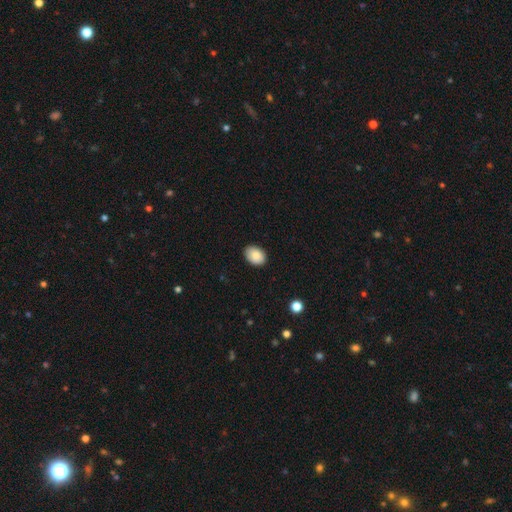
Overall: smooth (85%). How rounded: in between (91%). Merging: none (95%).